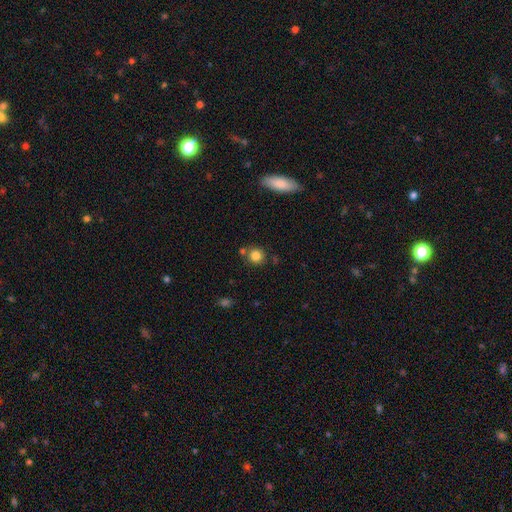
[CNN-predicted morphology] Smooth or featured?
  - smooth: 83% *
  - star or artifact: 11%
  - featured or disk: 6%
How rounded?
  - round: 90% *
  - in between: 9%
  - cigar-shaped: 1%
Merging?
  - none: 77% *
  - merger: 11%
  - minor disturbance: 9%
  - major disturbance: 3%